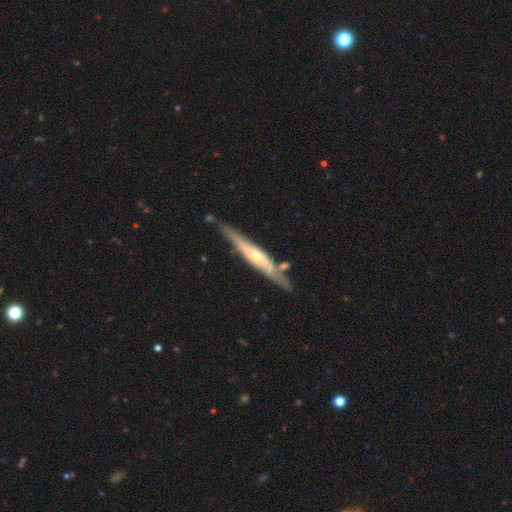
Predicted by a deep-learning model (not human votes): smooth-or-featured: featured or disk: 66% | smooth: 29% | star or artifact: 5%
  disk-edge-on: yes: 91% | no: 9%
    edge-on-bulge: rounded: 64% | none: 24% | boxy: 11%
  merging: none: 77% | minor disturbance: 14% | merger: 6% | major disturbance: 3%